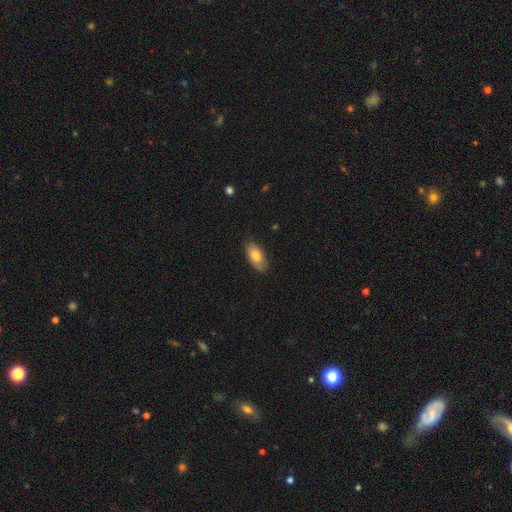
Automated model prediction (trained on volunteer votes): Overall: smooth (76%). How rounded: in between (92%). Merging: none (80%).